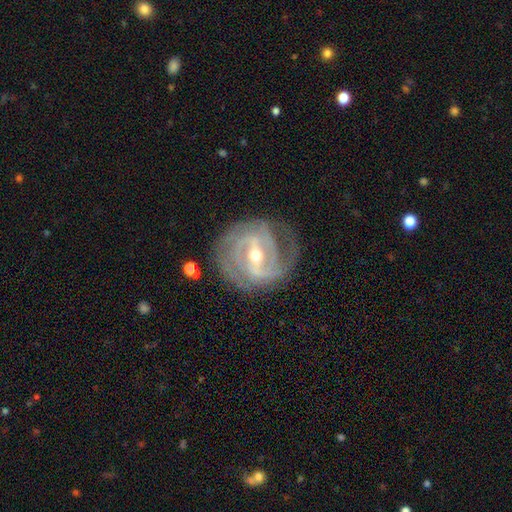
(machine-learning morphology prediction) Q: Smooth or featured?
A: featured or disk (90%); runner-up: smooth (6%)
Q: Edge-on disk?
A: no (97%); runner-up: yes (3%)
Q: Bar?
A: strong (51%); runner-up: weak (38%)
Q: Spiral arms?
A: yes (95%); runner-up: no (5%)
Q: Spiral winding?
A: tight (61%); runner-up: medium (31%)
Q: Spiral arm count?
A: 2 (38%); runner-up: 3 (25%)
Q: Bulge size?
A: moderate (57%); runner-up: small (40%)
Q: Merging?
A: none (72%); runner-up: minor disturbance (17%)